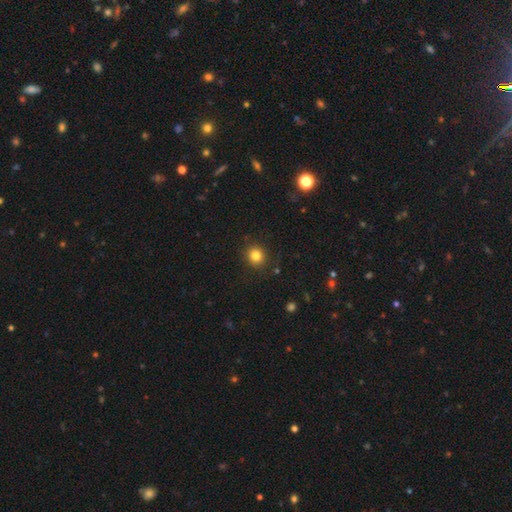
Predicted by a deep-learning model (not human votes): smooth 83%, star or artifact 12%, featured or disk 5%. Down the decision tree: how rounded — round (88%); merging — none (89%).